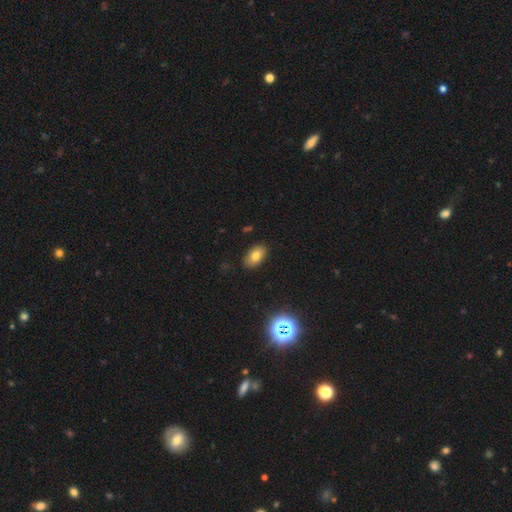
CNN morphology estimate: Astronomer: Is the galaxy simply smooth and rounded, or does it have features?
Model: smooth — 75%.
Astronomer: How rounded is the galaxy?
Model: in between — 90%.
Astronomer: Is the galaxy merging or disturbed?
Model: none — 87%.